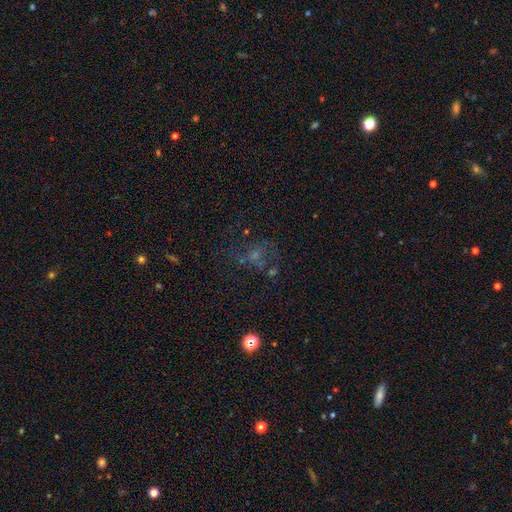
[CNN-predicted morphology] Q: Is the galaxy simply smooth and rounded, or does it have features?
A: featured or disk — 35%, tied with star or artifact.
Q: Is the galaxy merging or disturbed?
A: none — 46%.